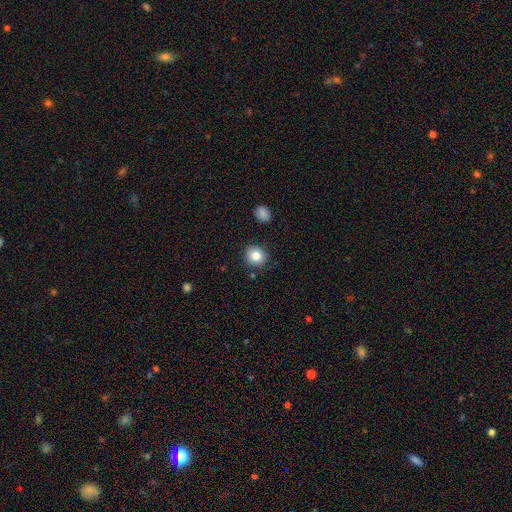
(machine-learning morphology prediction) The model was most divided on "smooth or featured": smooth: 83%, star or artifact: 10%, featured or disk: 7%. More confident: how rounded — round (90%); merging — none (87%).